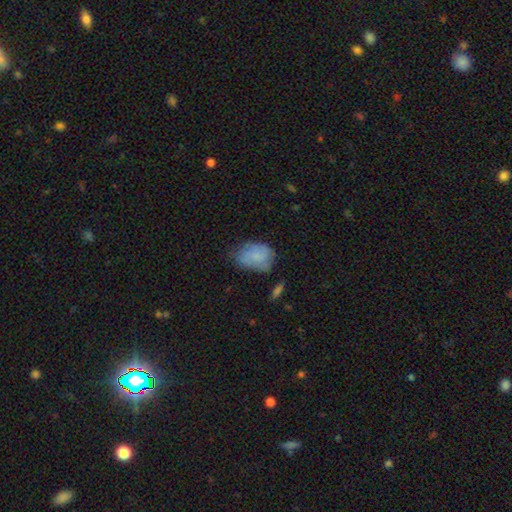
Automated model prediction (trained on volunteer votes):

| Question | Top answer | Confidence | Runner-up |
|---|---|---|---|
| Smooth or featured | smooth | 72% | featured or disk (20%) |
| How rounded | in between | 78% | round (20%) |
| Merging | none | 53% | minor disturbance (32%) |